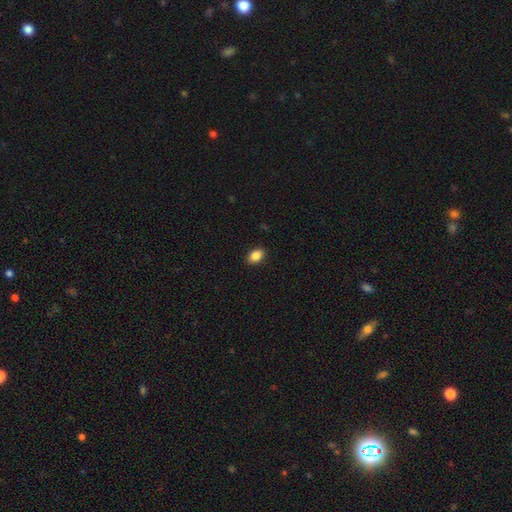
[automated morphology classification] A smooth galaxy with no disk features (87%) that is in between round and cigar-shaped (83%). Merging: none (90%).